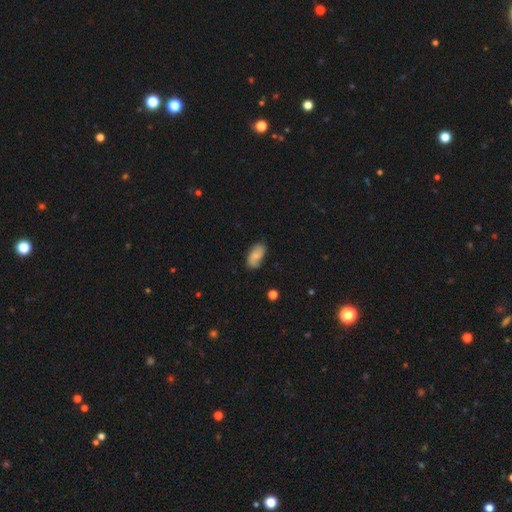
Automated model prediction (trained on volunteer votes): Smooth or featured: smooth — 61% (featured or disk — 31%)
How rounded: in between — 92% (round — 4%)
Merging: none — 74% (minor disturbance — 20%)